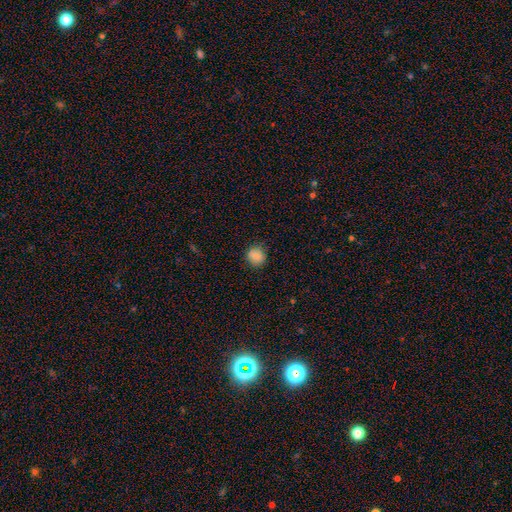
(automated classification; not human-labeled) This appears to be a smooth galaxy with no disk features (86%) that is round (84%). Merging: none (86%).